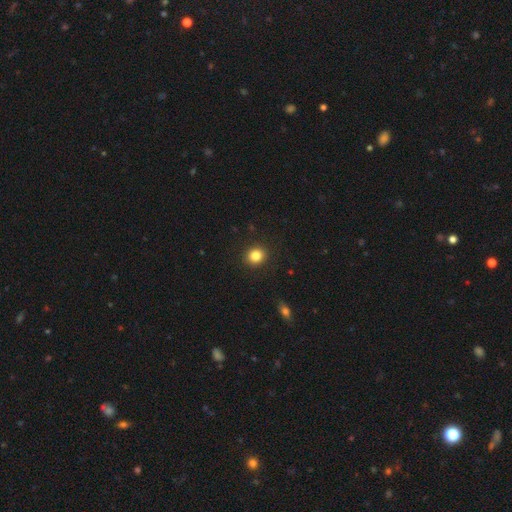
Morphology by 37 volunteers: smooth 95%, star or artifact 5%, featured or disk 0%. Down the decision tree: how rounded — round (86%); merging — none (91%).